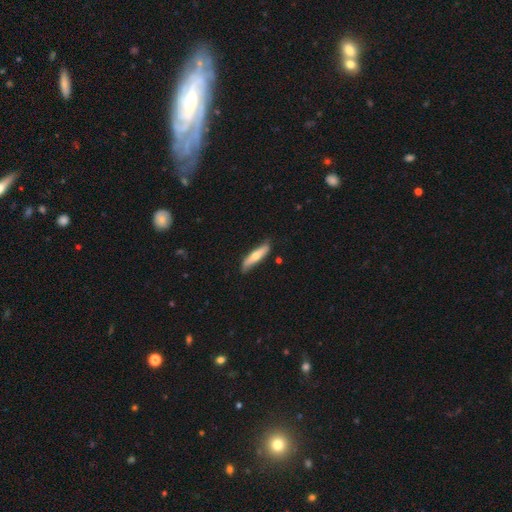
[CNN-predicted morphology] A smooth galaxy with no disk features (56%) that is cigar-shaped (80%). Merging: none (80%).